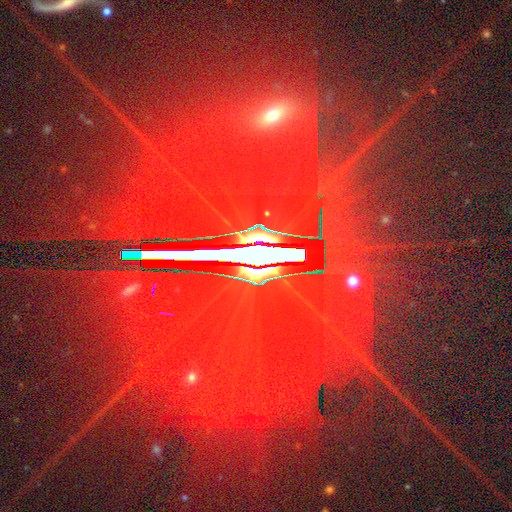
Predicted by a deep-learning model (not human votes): Morphology: type=star or artifact (86%).